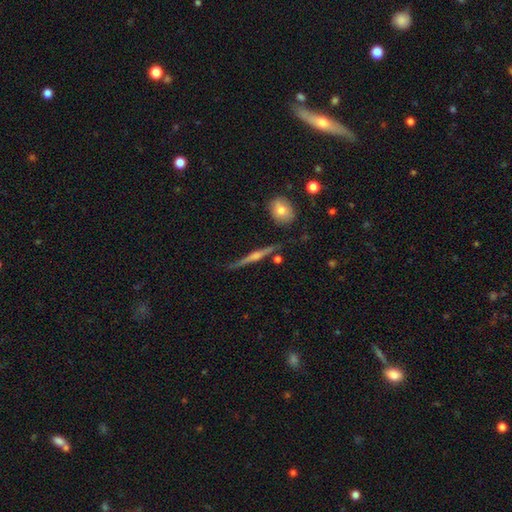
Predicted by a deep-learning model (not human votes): Morphology: type=featured or disk (77%); edge-on=yes (97%); edge-on bulge=rounded (76%); merging=none (82%).